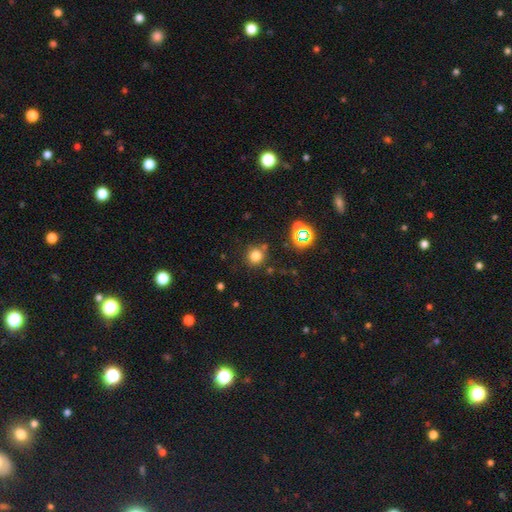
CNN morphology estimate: A smooth galaxy with no disk features (75%) that is round (89%). Merging: none (80%).